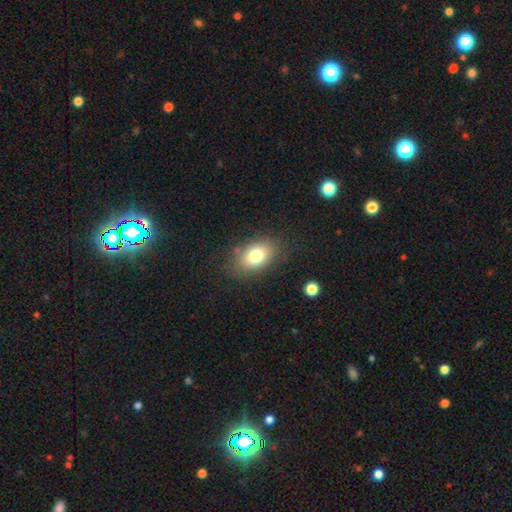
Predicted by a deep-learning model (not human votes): smooth 77%, featured or disk 13%, star or artifact 10%. Down the decision tree: how rounded — in between (84%); merging — none (81%).